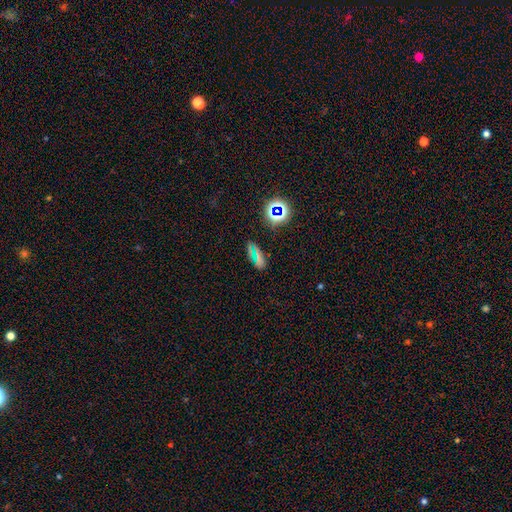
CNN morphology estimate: smooth 48%, star or artifact 39%, featured or disk 13%. Down the decision tree: merging — none (71%).